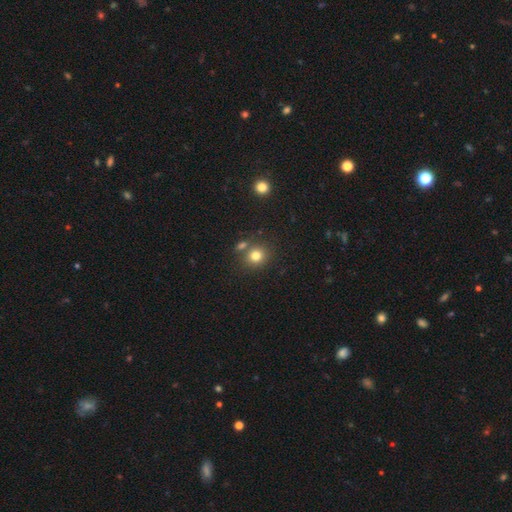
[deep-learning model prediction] Smooth or featured? Predicted: smooth (p=0.79). How rounded? Predicted: round (p=0.82). Merging? Predicted: none (p=0.72).